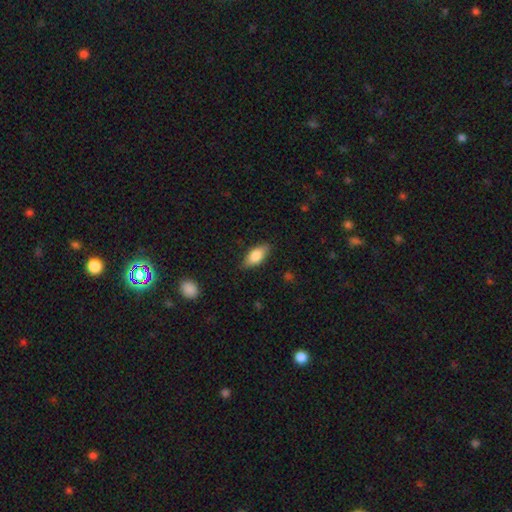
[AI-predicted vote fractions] This is likely a smooth galaxy (78%). How rounded: clearly in between (84%). Merging: clearly none (83%).